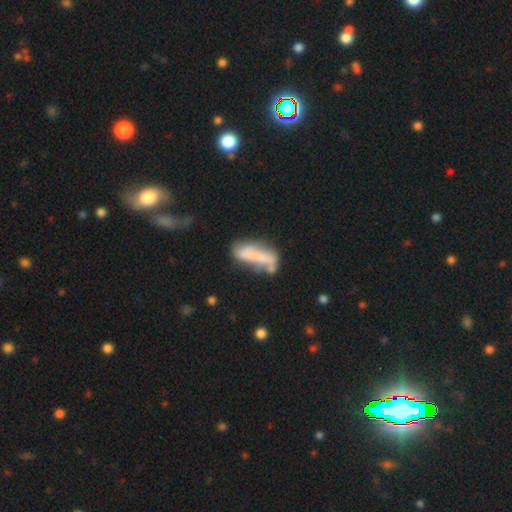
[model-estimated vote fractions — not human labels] This appears to be a smooth galaxy with no disk features (52%) that is cigar-shaped (51%). Merging: none (36%).